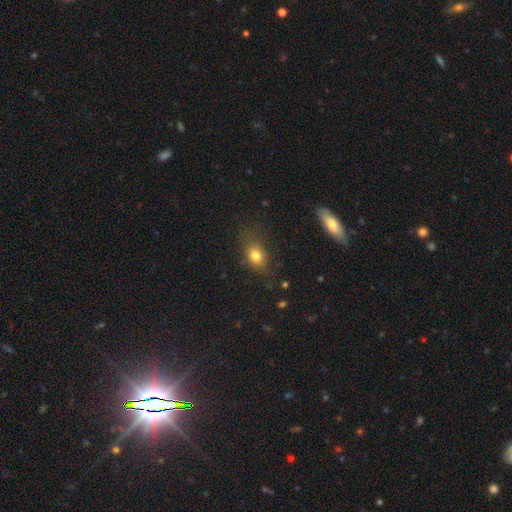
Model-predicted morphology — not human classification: smooth-or-featured: smooth: 77% | star or artifact: 12% | featured or disk: 11%
  how-rounded: in between: 66% | round: 30% | cigar-shaped: 3%
  merging: none: 72% | minor disturbance: 19% | major disturbance: 7% | merger: 2%